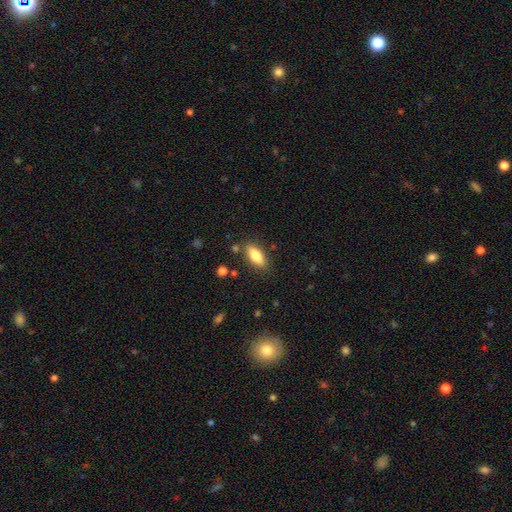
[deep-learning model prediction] Smooth or featured?
  - smooth: 79% *
  - featured or disk: 14%
  - star or artifact: 7%
How rounded?
  - in between: 80% *
  - cigar-shaped: 17%
  - round: 3%
Merging?
  - none: 83% *
  - minor disturbance: 11%
  - merger: 3%
  - major disturbance: 3%